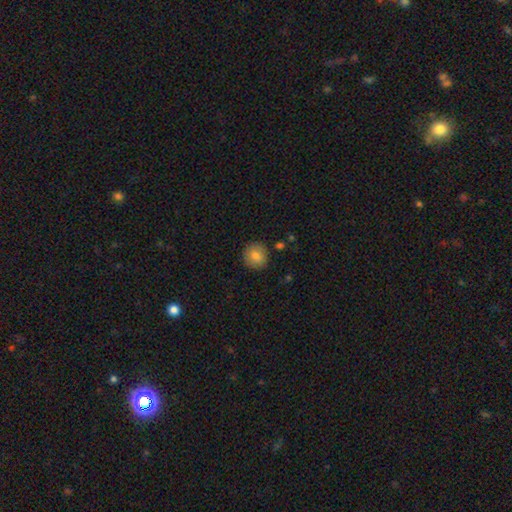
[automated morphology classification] Smooth or featured: smooth — 82% (featured or disk — 10%)
How rounded: round — 91% (in between — 8%)
Merging: none — 87% (minor disturbance — 9%)